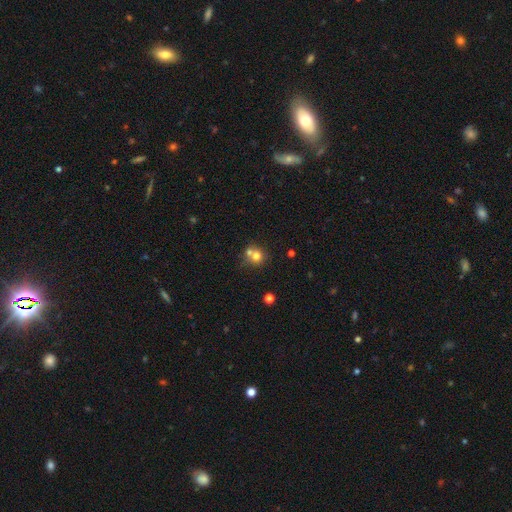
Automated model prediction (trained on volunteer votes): Q: Smooth or featured?
A: smooth (73%); runner-up: featured or disk (14%)
Q: How rounded?
A: round (84%); runner-up: in between (15%)
Q: Merging?
A: merger (45%); runner-up: none (44%)